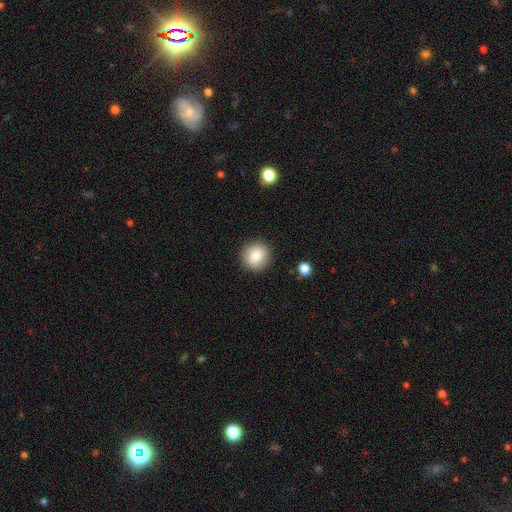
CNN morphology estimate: Smooth or featured: smooth — 79% (featured or disk — 12%)
How rounded: round — 91% (in between — 8%)
Merging: none — 89% (minor disturbance — 7%)